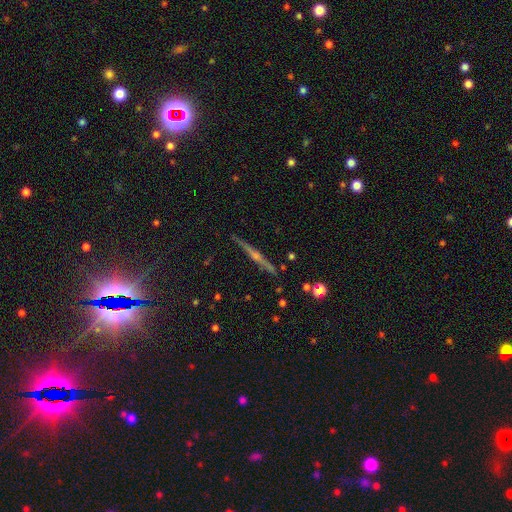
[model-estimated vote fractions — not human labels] Smooth or featured? Predicted: featured or disk (p=0.78). Edge-on disk? Predicted: yes (p=0.98). Edge-on bulge? Predicted: rounded (p=0.81). Merging? Predicted: none (p=0.90).